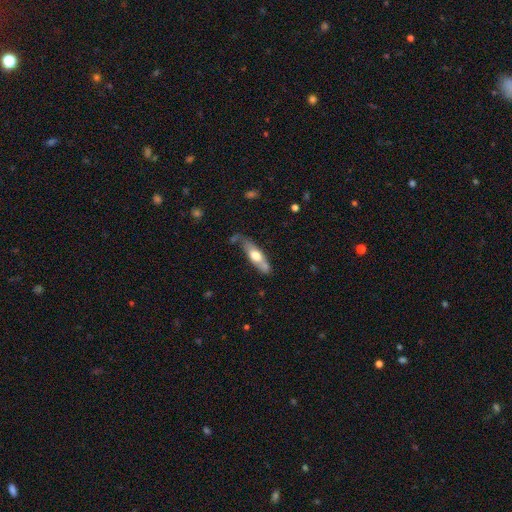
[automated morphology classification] smooth-or-featured: smooth: 50% | featured or disk: 45% | star or artifact: 5%
  how-rounded: cigar-shaped: 55% | in between: 43% | round: 2%
  merging: none: 56% | minor disturbance: 27% | major disturbance: 9% | merger: 8%